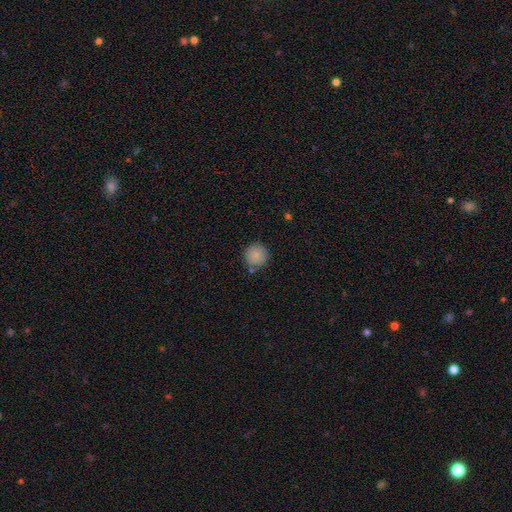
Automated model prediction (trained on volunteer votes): Smooth or featured? smooth (87%)
How rounded? round (93%)
Merging? none (81%)